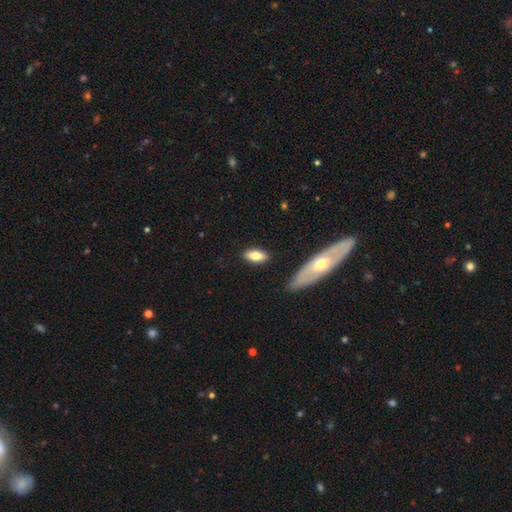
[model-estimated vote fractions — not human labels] smooth 72%, featured or disk 21%, star or artifact 6%. Down the decision tree: how rounded — in between (82%); merging — none (84%).